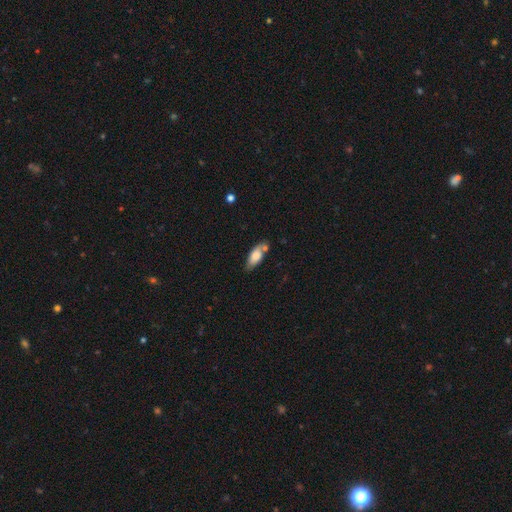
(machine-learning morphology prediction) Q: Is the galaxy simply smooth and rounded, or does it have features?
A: smooth — 73%.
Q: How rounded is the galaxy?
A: in between — 78%.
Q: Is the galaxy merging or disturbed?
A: none — 61%.